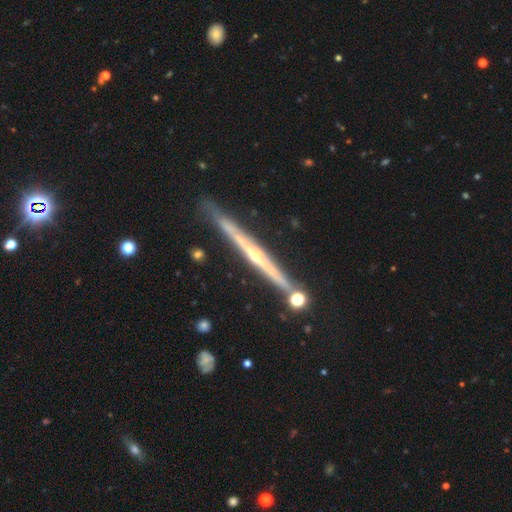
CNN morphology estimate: smooth-or-featured: featured or disk: 83% | smooth: 11% | star or artifact: 6%
  disk-edge-on: yes: 98% | no: 2%
    edge-on-bulge: rounded: 73% | none: 23% | boxy: 4%
  merging: none: 83% | minor disturbance: 10% | merger: 5% | major disturbance: 2%